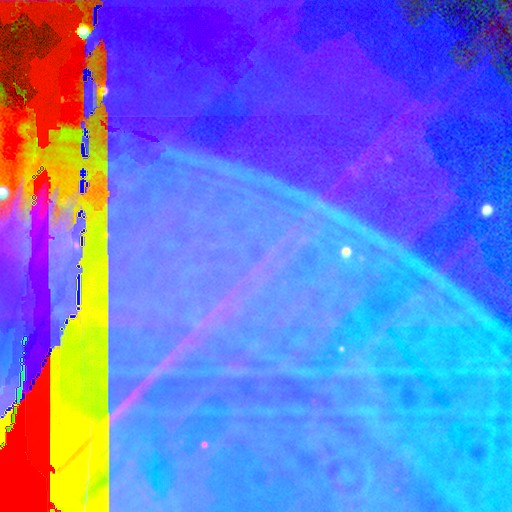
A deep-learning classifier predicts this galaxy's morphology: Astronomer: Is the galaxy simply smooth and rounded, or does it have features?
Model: star or artifact — 87%.